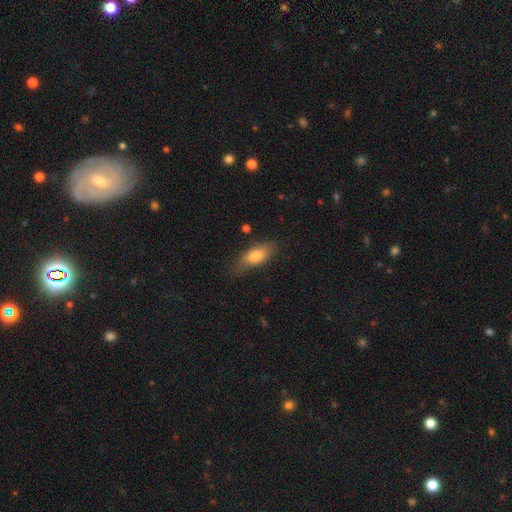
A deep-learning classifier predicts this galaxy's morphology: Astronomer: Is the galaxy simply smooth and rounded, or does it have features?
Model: smooth — 76%.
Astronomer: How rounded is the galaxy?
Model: in between — 78%.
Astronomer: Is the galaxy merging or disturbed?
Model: none — 71%.